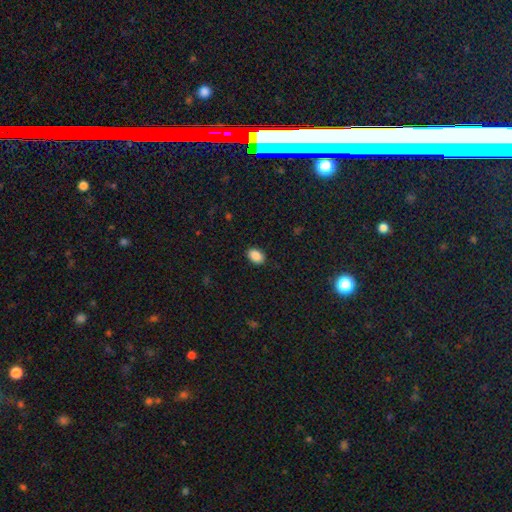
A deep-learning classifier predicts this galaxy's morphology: smooth-or-featured: smooth: 89% | star or artifact: 8% | featured or disk: 3%
  how-rounded: in between: 82% | round: 17% | cigar-shaped: 1%
  merging: none: 89% | minor disturbance: 8% | major disturbance: 2% | merger: 1%